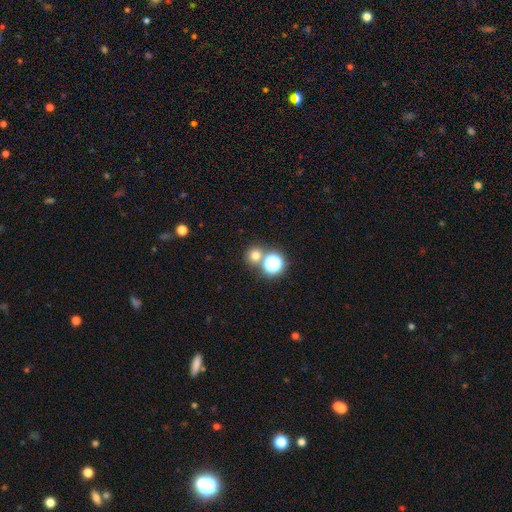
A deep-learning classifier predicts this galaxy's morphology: type=smooth (70%); roundness=round (89%); merging=none (69%).